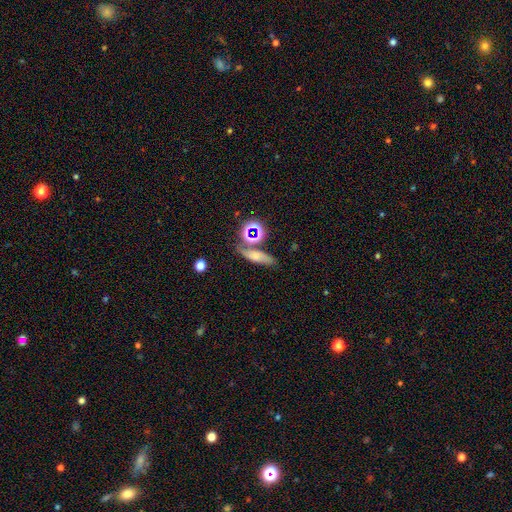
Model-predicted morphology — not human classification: The model was most divided on "how rounded": cigar-shaped: 46%, in between: 41%, round: 13%. More confident: merging — none (60%); smooth or featured — smooth (59%).